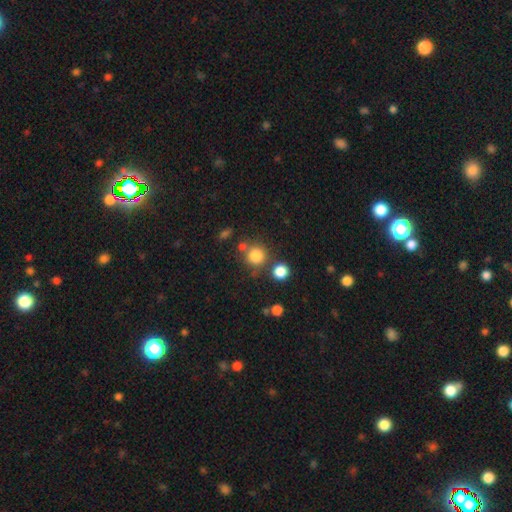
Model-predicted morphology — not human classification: Overall: smooth (81%). How rounded: round (91%). Merging: none (72%).